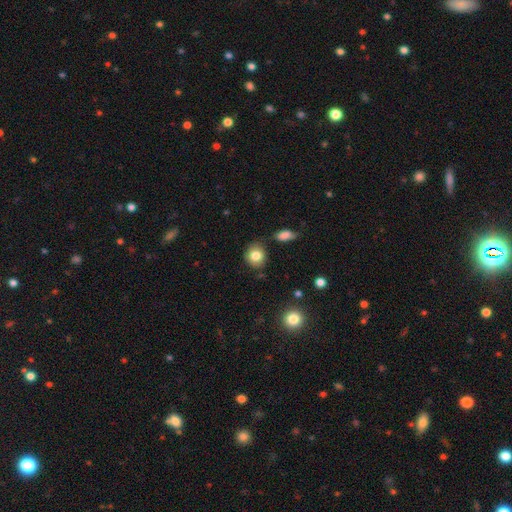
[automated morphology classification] Smooth or featured? smooth (82%)
How rounded? round (79%)
Merging? none (78%)